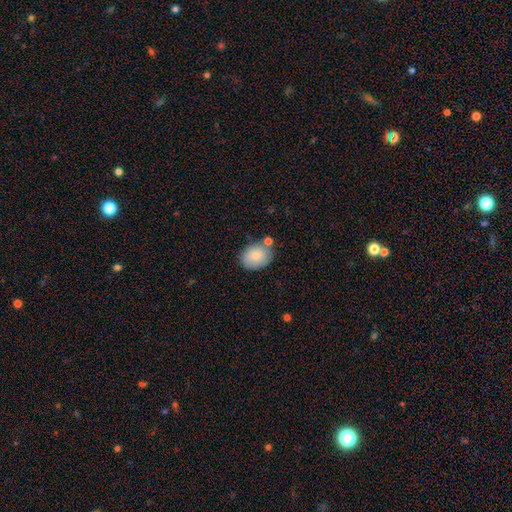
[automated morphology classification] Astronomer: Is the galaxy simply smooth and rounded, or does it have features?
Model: smooth — 80%.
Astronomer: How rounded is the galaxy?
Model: in between — 64%.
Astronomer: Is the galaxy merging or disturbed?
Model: none — 67%.